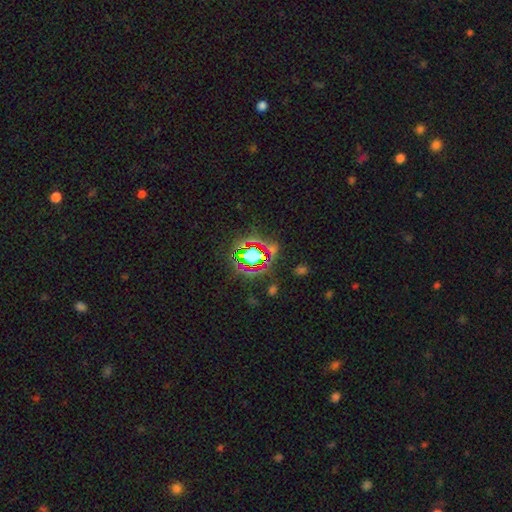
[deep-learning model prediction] The model was most divided on "smooth or featured": star or artifact: 66%, smooth: 21%, featured or disk: 13%.